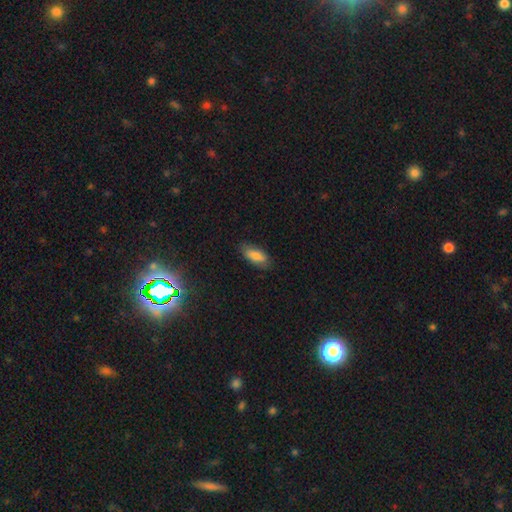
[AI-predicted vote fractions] smooth_or_featured: smooth (p=0.78) [alt: featured or disk p=0.14]
how_rounded: in between (p=0.83) [alt: cigar-shaped p=0.15]
merging: none (p=0.77) [alt: minor disturbance p=0.18]